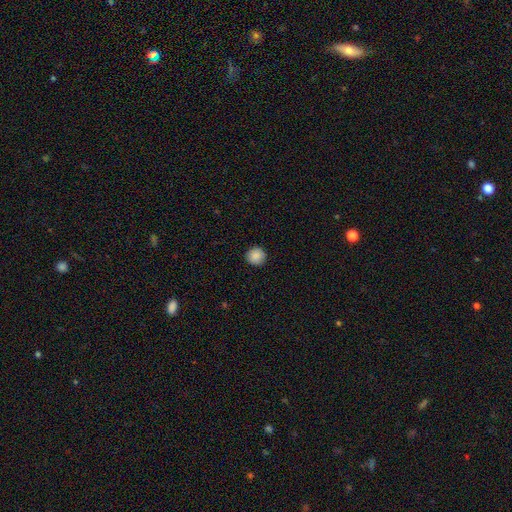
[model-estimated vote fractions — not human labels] Smooth or featured? Predicted: smooth (p=0.88). How rounded? Predicted: round (p=0.94). Merging? Predicted: none (p=0.91).